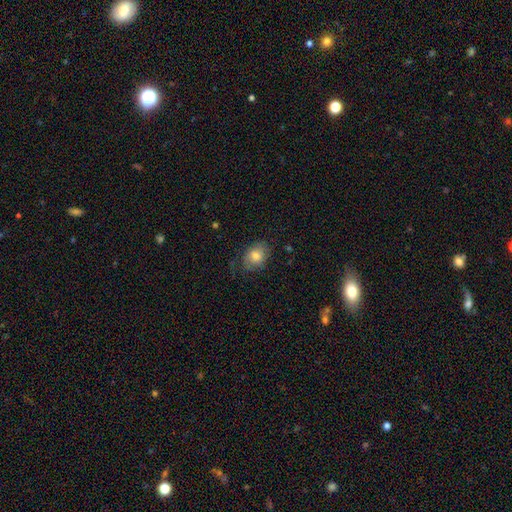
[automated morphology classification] Smooth or featured?
  - smooth: 75% *
  - featured or disk: 17%
  - star or artifact: 8%
How rounded?
  - in between: 61% *
  - round: 38%
  - cigar-shaped: 1%
Merging?
  - none: 68% *
  - minor disturbance: 23%
  - major disturbance: 8%
  - merger: 1%